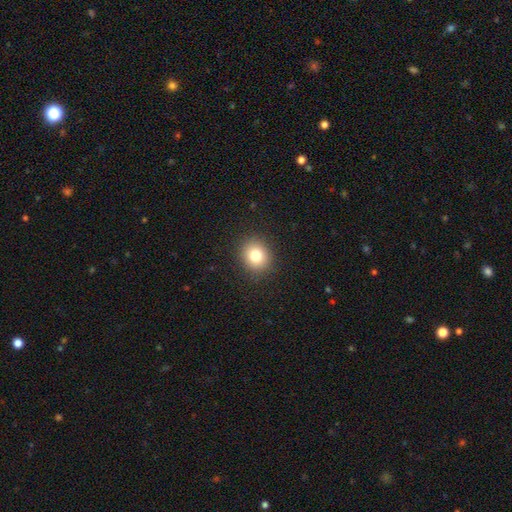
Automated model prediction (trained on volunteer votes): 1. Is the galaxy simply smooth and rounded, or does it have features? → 81% smooth, 11% star or artifact, 8% featured or disk.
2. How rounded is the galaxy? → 75% round, 24% in between, 1% cigar-shaped.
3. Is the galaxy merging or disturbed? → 90% none, 7% minor disturbance, 2% major disturbance, 1% merger.